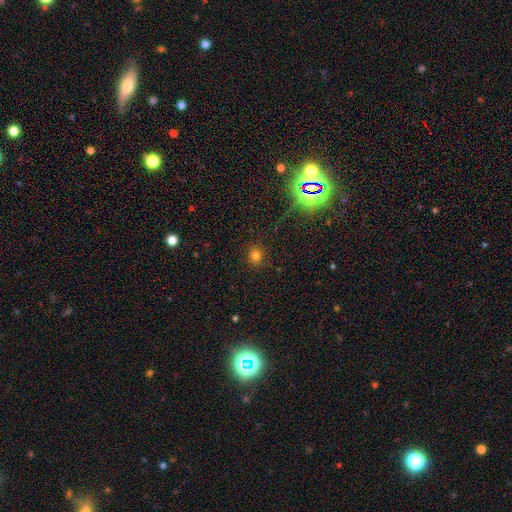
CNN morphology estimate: Smooth or featured?
  - smooth: 75% *
  - star or artifact: 19%
  - featured or disk: 6%
How rounded?
  - round: 89% *
  - in between: 10%
  - cigar-shaped: 1%
Merging?
  - none: 88% *
  - minor disturbance: 7%
  - major disturbance: 3%
  - merger: 1%